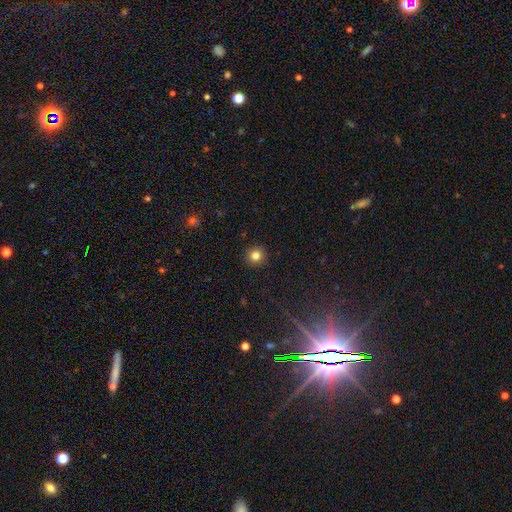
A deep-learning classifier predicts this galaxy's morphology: This appears to be a smooth galaxy with no disk features (81%) that is round (94%). Merging: none (93%).